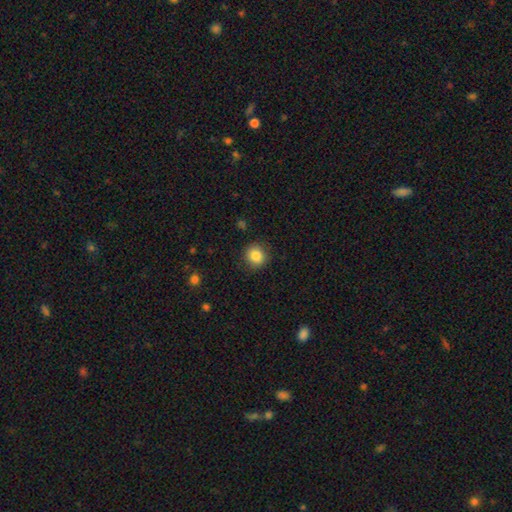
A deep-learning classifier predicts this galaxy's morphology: Smooth or featured: smooth — 85% (star or artifact — 9%)
How rounded: round — 88% (in between — 11%)
Merging: none — 87% (minor disturbance — 9%)